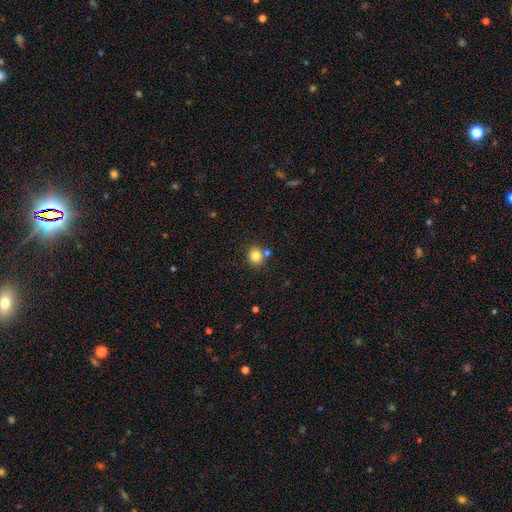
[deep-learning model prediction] The model was most divided on "merging": none: 74%, merger: 15%, minor disturbance: 9%, major disturbance: 3%. More confident: how rounded — round (84%); smooth or featured — smooth (82%).